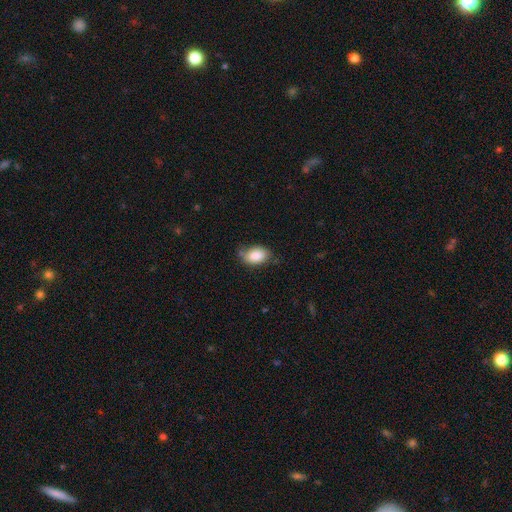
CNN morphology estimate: A smooth galaxy with no disk features (86%) that is in between round and cigar-shaped (87%). Merging: none (64%).